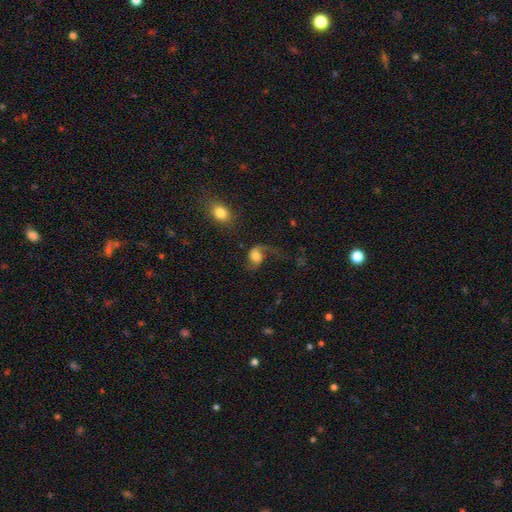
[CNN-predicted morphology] Overall: featured or disk (55%; smooth 35%). Edge-on disk: no (97%). Bar: no (65%; weak 28%). Spiral arms: yes (89%). Bulge size: large (37%; moderate 29%). Merging: none (39%; major disturbance 36%).